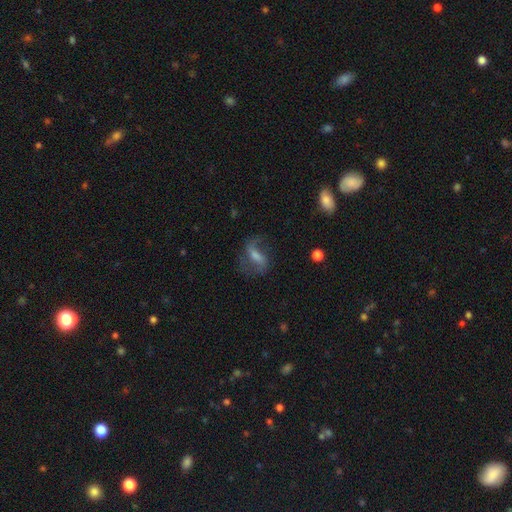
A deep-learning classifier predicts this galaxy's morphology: Smooth or featured?
  - featured or disk: 67% *
  - smooth: 23%
  - star or artifact: 10%
Edge-on disk?
  - no: 92% *
  - yes: 8%
Bar?
  - strong: 44% *
  - weak: 39%
  - no: 16%
Spiral arms?
  - yes: 86% *
  - no: 14%
Spiral winding?
  - loose: 60% *
  - medium: 31%
  - tight: 9%
Spiral arm count?
  - 2: 84% *
  - 1: 7%
  - can't tell: 6%
  - 3: 1%
  - 4: 1%
  - more than 4: 1%
Bulge size?
  - moderate: 35% *
  - small: 29%
  - none: 23%
  - large: 11%
  - dominant: 2%
Merging?
  - none: 63% *
  - minor disturbance: 18%
  - major disturbance: 17%
  - merger: 2%